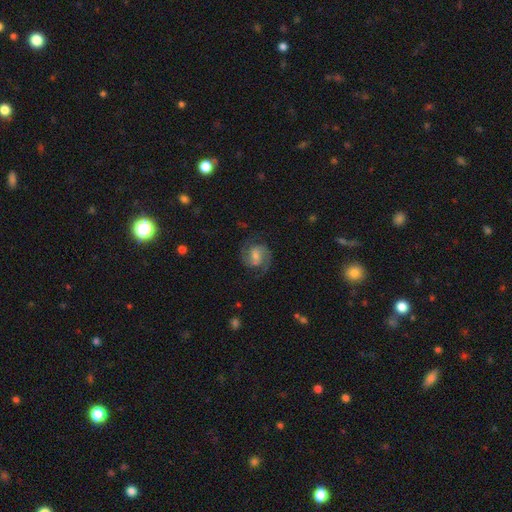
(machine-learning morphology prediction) The model was most divided on "bulge size": small: 46%, moderate: 41%, none: 7%, large: 5%, dominant: 1%. Remaining: edge-on disk — no (98%); spiral arms — yes (97%); spiral arm count — 2 (91%); smooth or featured — featured or disk (83%); merging — none (78%); spiral winding — medium (56%); bar — weak (49%).